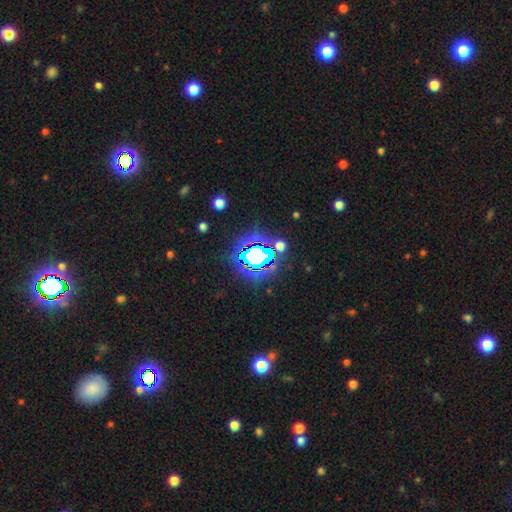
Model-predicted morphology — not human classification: Smooth or featured: star or artifact — 66% (smooth — 20%)